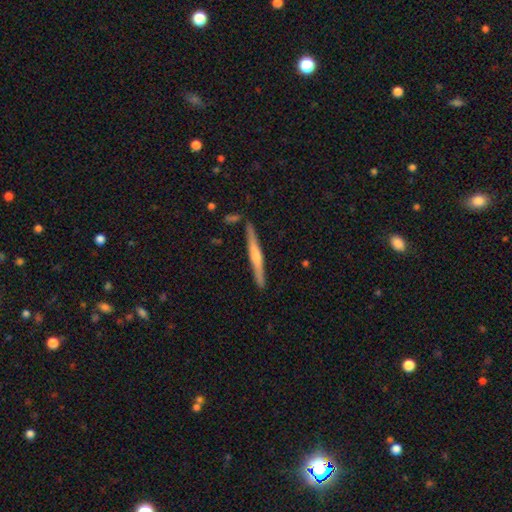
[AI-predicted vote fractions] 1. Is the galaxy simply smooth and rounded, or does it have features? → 70% featured or disk, 23% smooth, 7% star or artifact.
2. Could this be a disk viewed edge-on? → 98% yes, 2% no.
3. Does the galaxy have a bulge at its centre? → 70% rounded, 19% none, 11% boxy.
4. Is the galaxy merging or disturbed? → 88% none, 9% minor disturbance, 2% merger, 2% major disturbance.